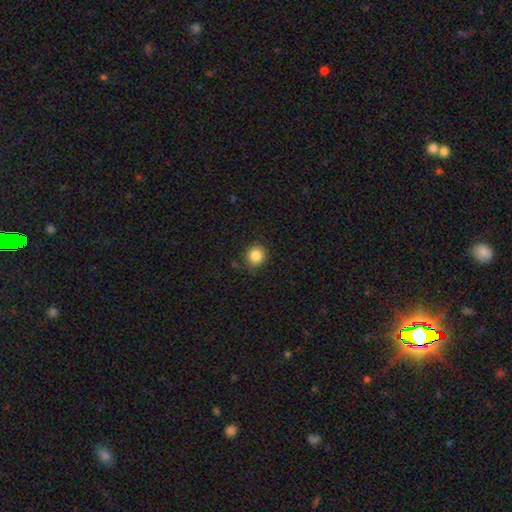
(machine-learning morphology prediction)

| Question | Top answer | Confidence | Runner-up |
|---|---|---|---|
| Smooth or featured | smooth | 85% | star or artifact (10%) |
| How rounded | round | 89% | in between (10%) |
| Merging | none | 86% | minor disturbance (10%) |